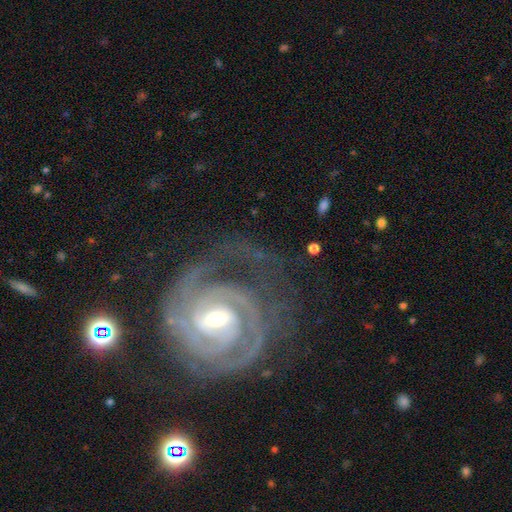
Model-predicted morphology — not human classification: Smooth or featured: featured or disk — 91% (star or artifact — 5%)
Edge-on disk: no — 97% (yes — 3%)
Bar: weak — 43% (strong — 39%)
Spiral arms: yes — 98% (no — 2%)
Spiral winding: tight — 76% (medium — 21%)
Spiral arm count: 2 — 56% (3 — 19%)
Bulge size: moderate — 53% (small — 42%)
Merging: none — 70% (minor disturbance — 16%)